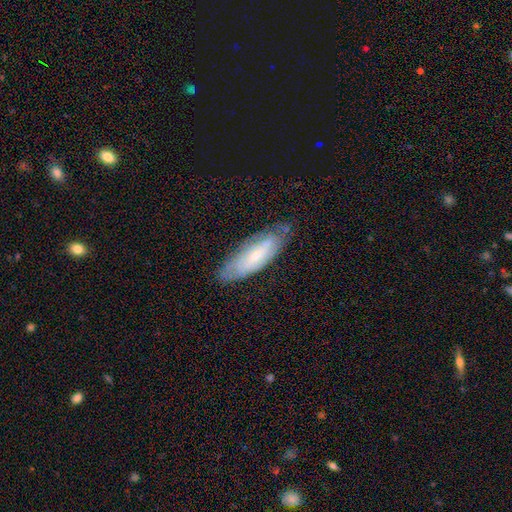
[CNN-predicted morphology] A featured or disk galaxy (54%). Merging: none (72%).